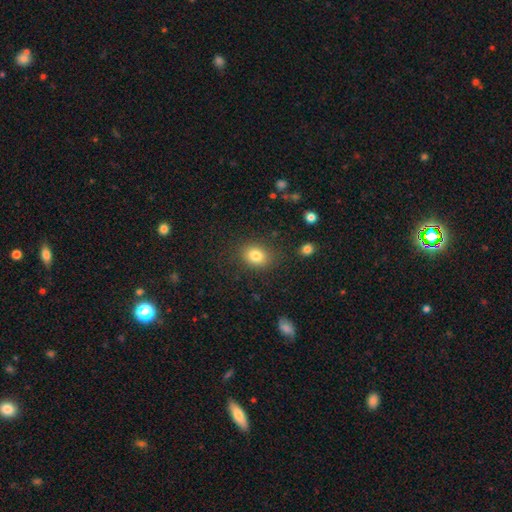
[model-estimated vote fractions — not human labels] A smooth galaxy with no disk features (82%) that is in between round and cigar-shaped (59%). Merging: none (83%).